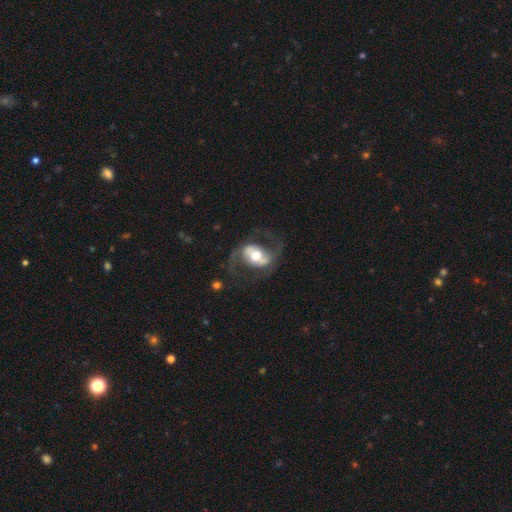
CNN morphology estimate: Overall: featured or disk (78%). Edge-on disk: no (96%). Bar: strong (36%; weak 34%). Spiral arms: yes (86%). Spiral arm count: 2 (91%). Spiral winding: medium (47%; loose 42%). Bulge size: moderate (66%). Merging: none (67%).